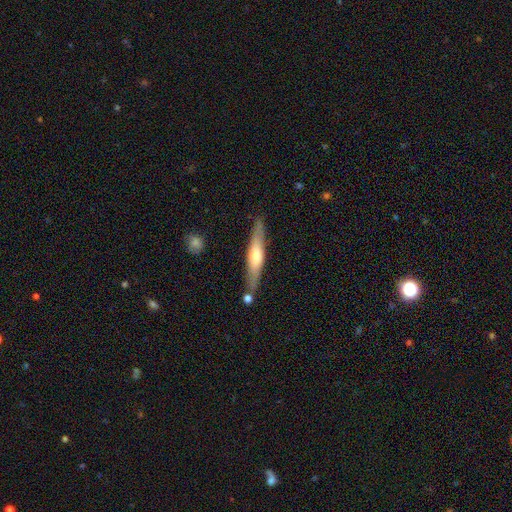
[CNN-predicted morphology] Smooth or featured? featured or disk (55%)
Edge-on disk? yes (93%)
Edge-on bulge? rounded (81%)
Merging? none (83%)